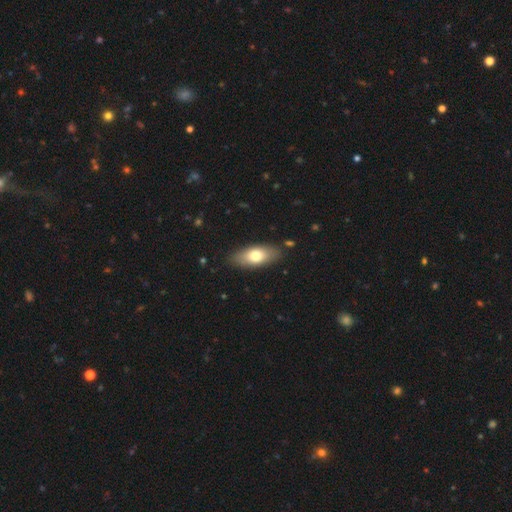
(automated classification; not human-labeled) Smooth or featured?
  - smooth: 70% *
  - featured or disk: 24%
  - star or artifact: 6%
How rounded?
  - in between: 82% *
  - cigar-shaped: 15%
  - round: 3%
Merging?
  - none: 85% *
  - minor disturbance: 11%
  - major disturbance: 2%
  - merger: 2%